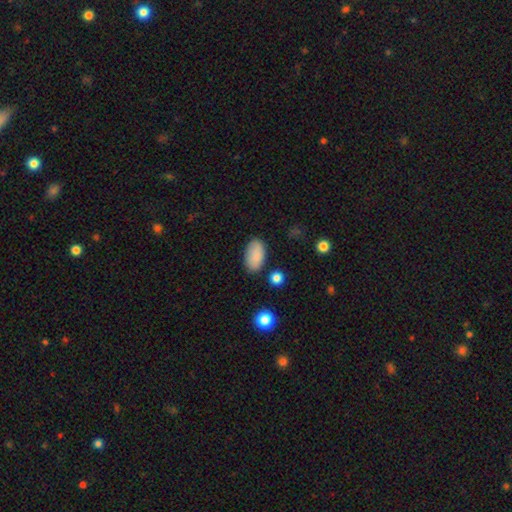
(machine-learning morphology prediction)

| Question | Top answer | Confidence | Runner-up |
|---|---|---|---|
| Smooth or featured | smooth | 86% | star or artifact (7%) |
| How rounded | in between | 94% | round (4%) |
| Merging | none | 80% | minor disturbance (14%) |